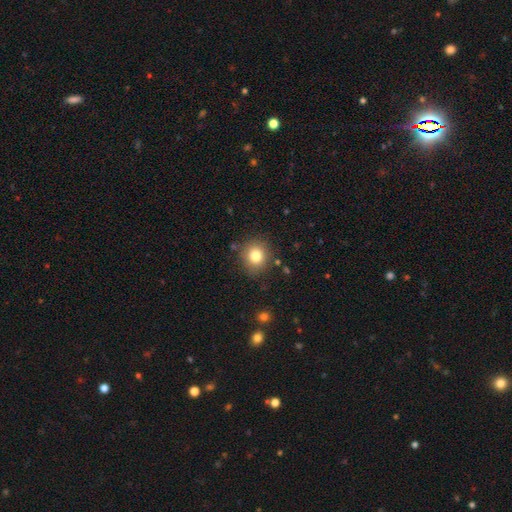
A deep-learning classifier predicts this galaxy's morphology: smooth_or_featured: smooth (p=0.80) [alt: star or artifact p=0.12]
how_rounded: round (p=0.82) [alt: in between p=0.17]
merging: none (p=0.84) [alt: minor disturbance p=0.10]